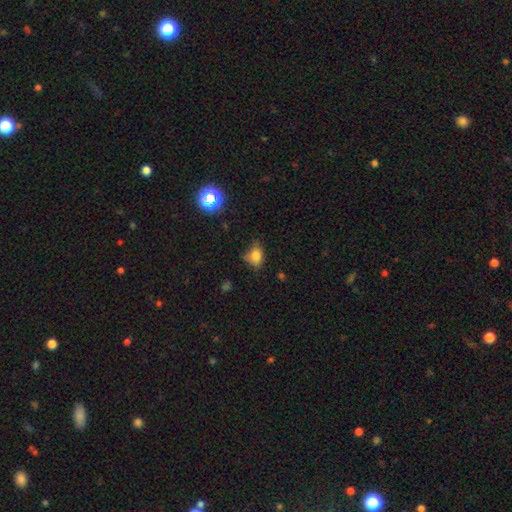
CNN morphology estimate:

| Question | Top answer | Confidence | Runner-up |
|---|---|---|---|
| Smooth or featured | smooth | 77% | star or artifact (13%) |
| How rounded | in between | 65% | round (33%) |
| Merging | none | 53% | minor disturbance (34%) |